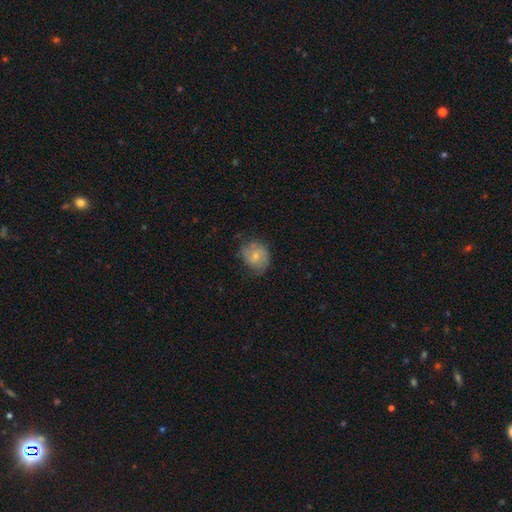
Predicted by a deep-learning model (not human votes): This is likely a smooth galaxy (61%). How rounded: likely round (70%). Merging: possibly none (59%).